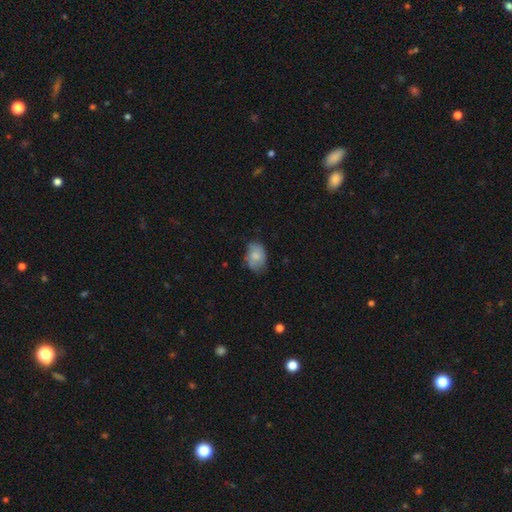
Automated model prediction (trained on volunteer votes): Overall: smooth (76%). How rounded: in between (75%). Merging: none (61%; minor disturbance 30%).